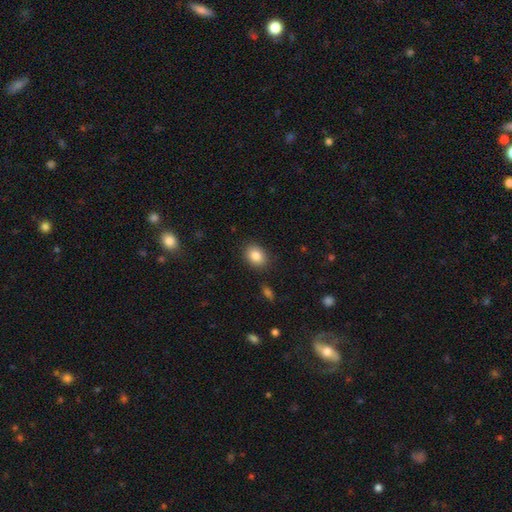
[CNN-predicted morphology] This is clearly a smooth galaxy (85%). How rounded: likely in between (64%). Merging: clearly none (87%).